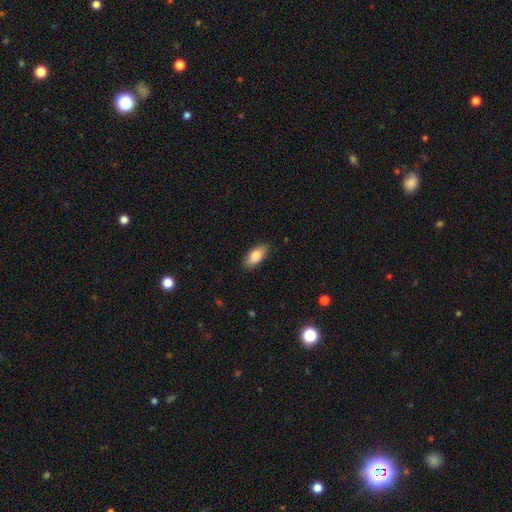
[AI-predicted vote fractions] Smooth or featured: smooth — 86% (featured or disk — 8%)
How rounded: in between — 88% (cigar-shaped — 9%)
Merging: none — 87% (minor disturbance — 10%)